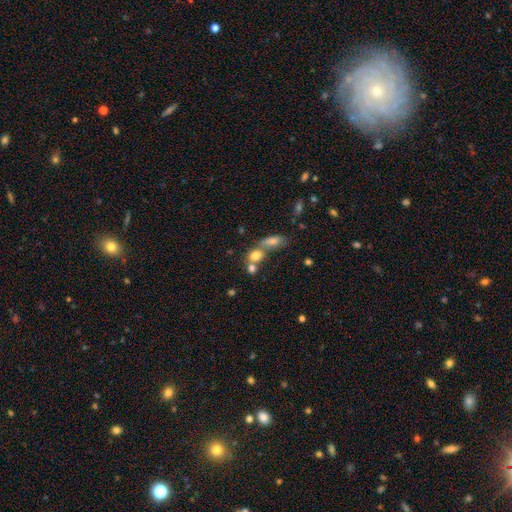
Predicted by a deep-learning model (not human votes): This appears to be a smooth galaxy with no disk features (77%) that is round (62%). Merging: merger (50%).